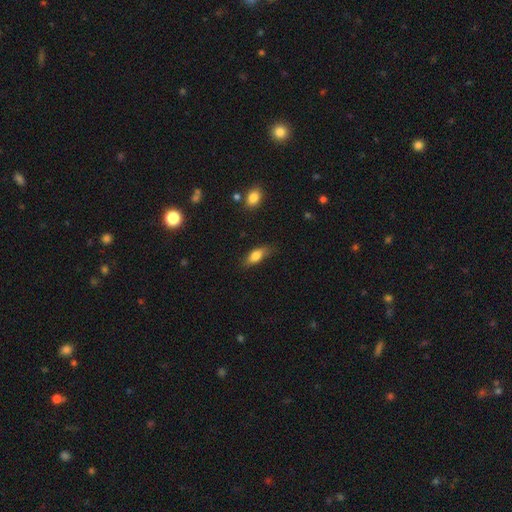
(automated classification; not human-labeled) This is likely a smooth galaxy (77%). How rounded: likely in between (74%). Merging: likely none (70%).